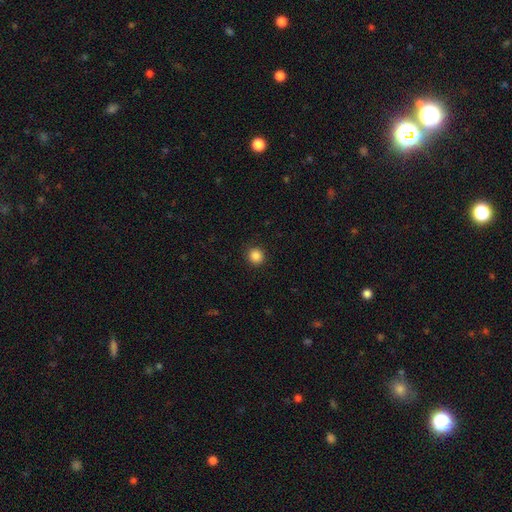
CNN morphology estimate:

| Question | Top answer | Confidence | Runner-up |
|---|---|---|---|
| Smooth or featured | smooth | 86% | star or artifact (10%) |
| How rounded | round | 92% | in between (7%) |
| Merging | none | 91% | minor disturbance (6%) |